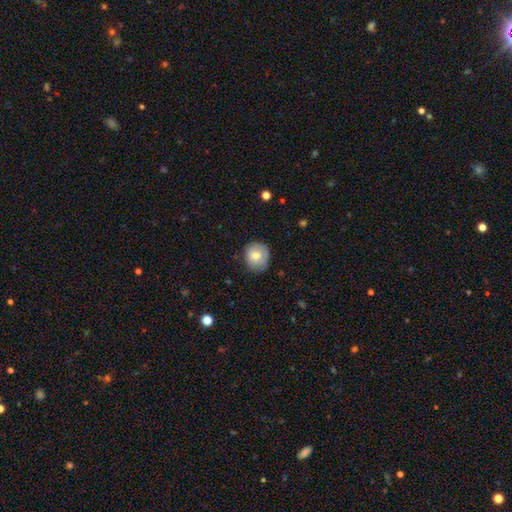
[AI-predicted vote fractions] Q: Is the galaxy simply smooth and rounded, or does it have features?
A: smooth — 73%.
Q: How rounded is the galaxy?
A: round — 78%.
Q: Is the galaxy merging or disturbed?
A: none — 74%.